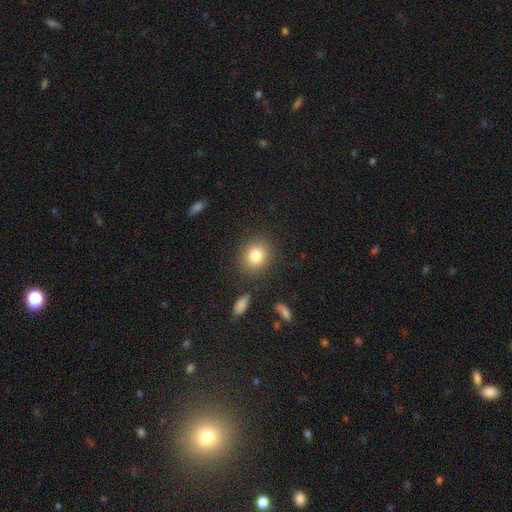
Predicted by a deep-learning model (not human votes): The model was most divided on "how rounded": round: 68%, in between: 31%, cigar-shaped: 1%. More confident: merging — none (84%); smooth or featured — smooth (82%).